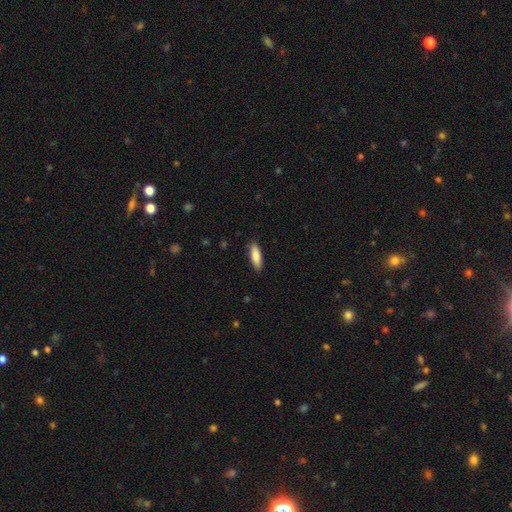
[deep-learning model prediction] smooth-or-featured: smooth: 85% | featured or disk: 9% | star or artifact: 6%
  how-rounded: cigar-shaped: 50% | in between: 48% | round: 2%
  merging: none: 87% | minor disturbance: 10% | major disturbance: 2% | merger: 1%